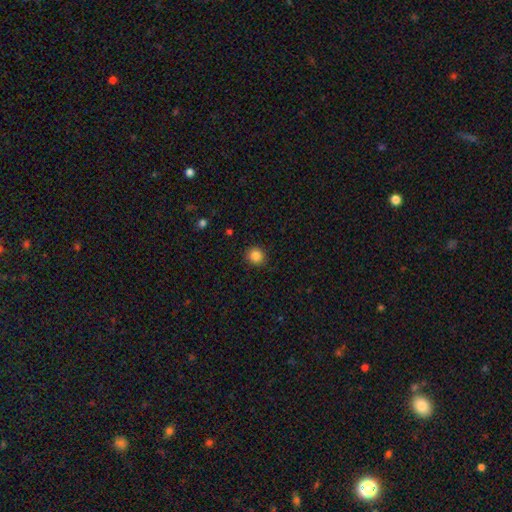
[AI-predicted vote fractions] Q: Smooth or featured?
A: smooth (86%); runner-up: star or artifact (11%)
Q: How rounded?
A: round (90%); runner-up: in between (9%)
Q: Merging?
A: none (89%); runner-up: minor disturbance (8%)